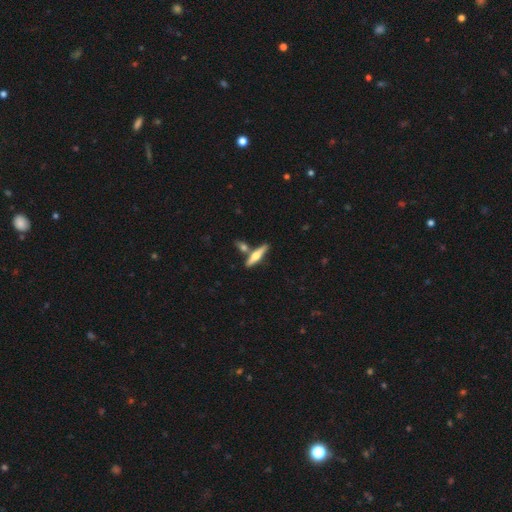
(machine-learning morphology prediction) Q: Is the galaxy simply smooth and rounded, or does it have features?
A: featured or disk — 56%.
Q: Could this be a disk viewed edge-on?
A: yes — 95%.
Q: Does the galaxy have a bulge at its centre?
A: rounded — 92%.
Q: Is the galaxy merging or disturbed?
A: none — 70%.